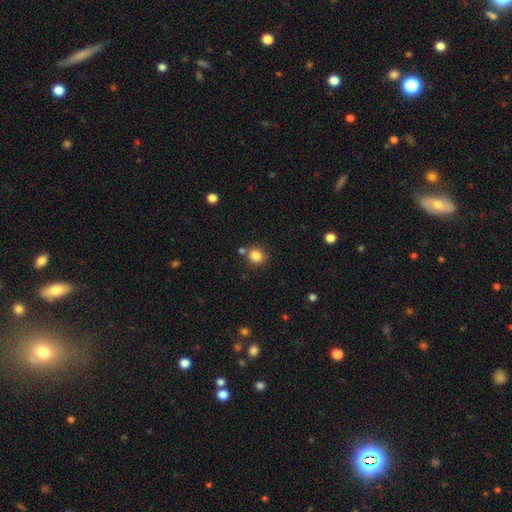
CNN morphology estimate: A smooth galaxy with no disk features (84%) that is round (79%). Merging: none (74%).